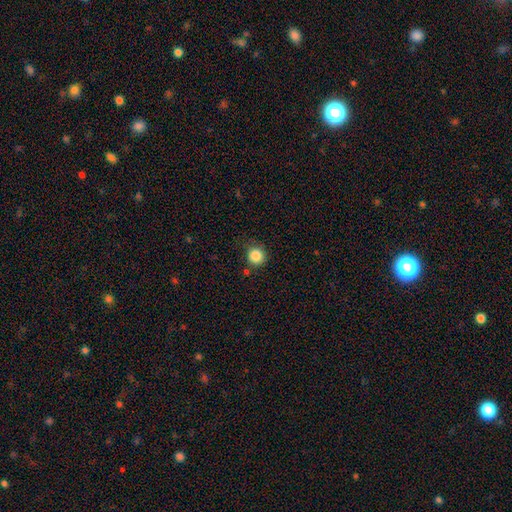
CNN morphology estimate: smooth-or-featured: smooth: 86% | star or artifact: 10% | featured or disk: 4%
  how-rounded: round: 92% | in between: 7% | cigar-shaped: 1%
  merging: none: 78% | minor disturbance: 15% | major disturbance: 4% | merger: 4%